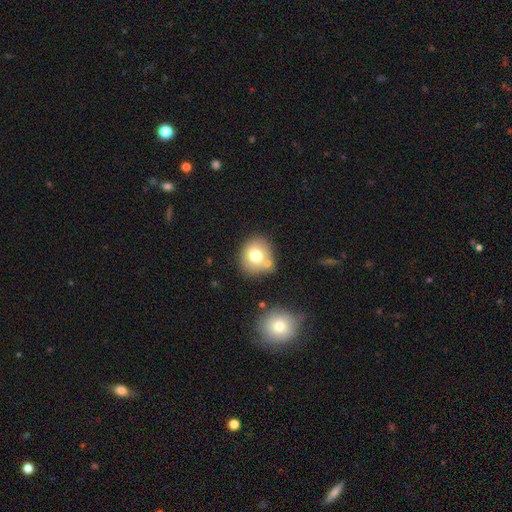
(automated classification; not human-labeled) A smooth galaxy with no disk features (72%) that is round (77%). Merging: none (60%).